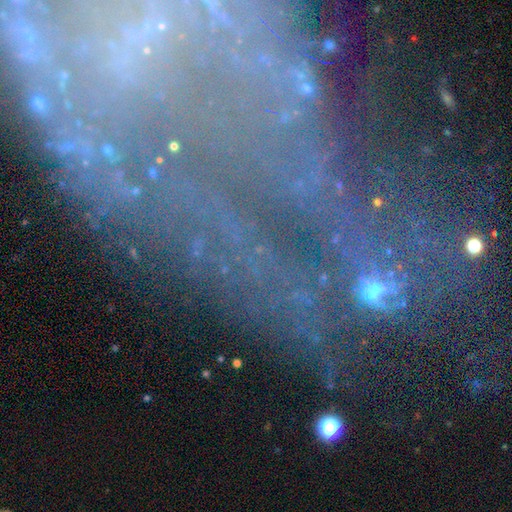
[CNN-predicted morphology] type=star or artifact (47%).